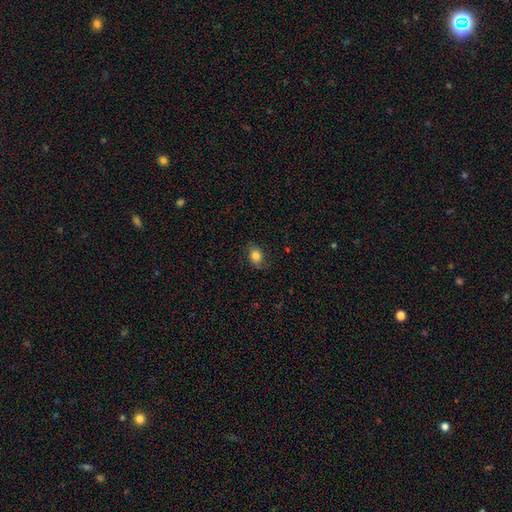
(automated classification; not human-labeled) Q: Smooth or featured?
A: smooth (77%); runner-up: featured or disk (14%)
Q: How rounded?
A: in between (67%); runner-up: round (32%)
Q: Merging?
A: none (70%); runner-up: minor disturbance (21%)